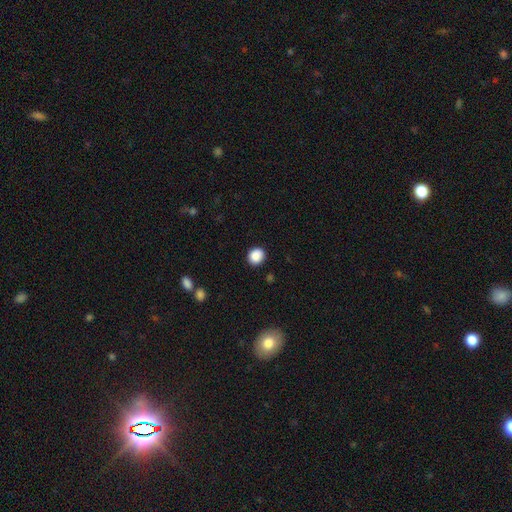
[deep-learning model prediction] smooth-or-featured: smooth: 88% | star or artifact: 9% | featured or disk: 3%
  how-rounded: round: 79% | in between: 20% | cigar-shaped: 1%
  merging: none: 89% | minor disturbance: 8% | major disturbance: 2% | merger: 1%